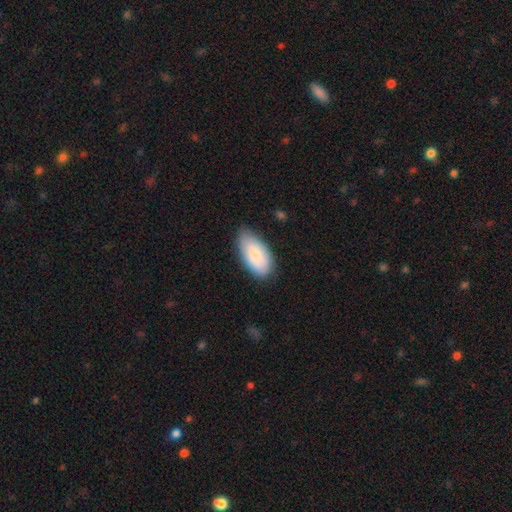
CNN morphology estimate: type=smooth (84%); roundness=in between (94%); merging=none (74%).